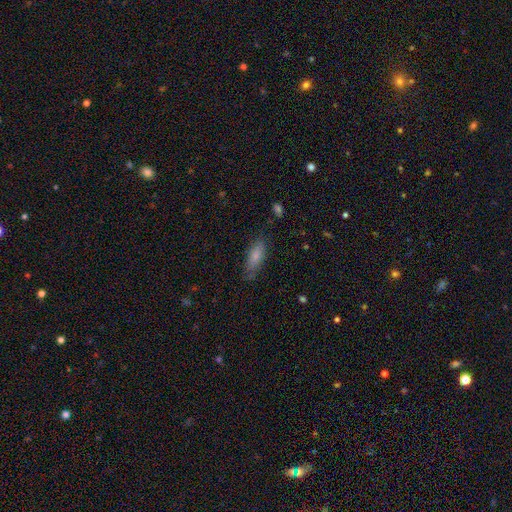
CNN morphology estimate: A smooth galaxy with no disk features (77%) that is in between round and cigar-shaped (68%).

Vote fractions:
- Smooth or featured? smooth: 77% / featured or disk: 16% / star or artifact: 7%
- How rounded? in between: 68% / cigar-shaped: 30% / round: 2%
- Merging? none: 70% / minor disturbance: 23% / major disturbance: 6% / merger: 2%